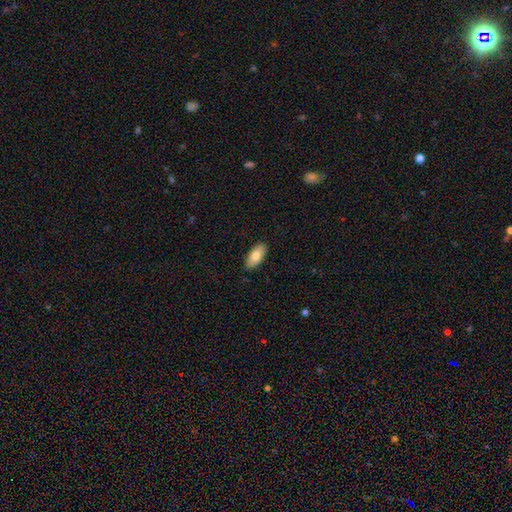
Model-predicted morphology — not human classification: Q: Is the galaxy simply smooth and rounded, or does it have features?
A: smooth — 78%.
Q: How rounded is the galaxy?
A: in between — 91%.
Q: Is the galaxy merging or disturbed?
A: none — 88%.